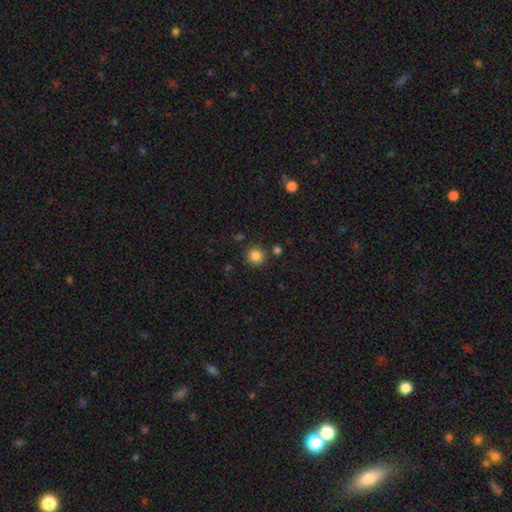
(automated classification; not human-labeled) smooth_or_featured: smooth (p=0.85) [alt: star or artifact p=0.11]
how_rounded: round (p=0.90) [alt: in between p=0.09]
merging: none (p=0.83) [alt: minor disturbance p=0.09]